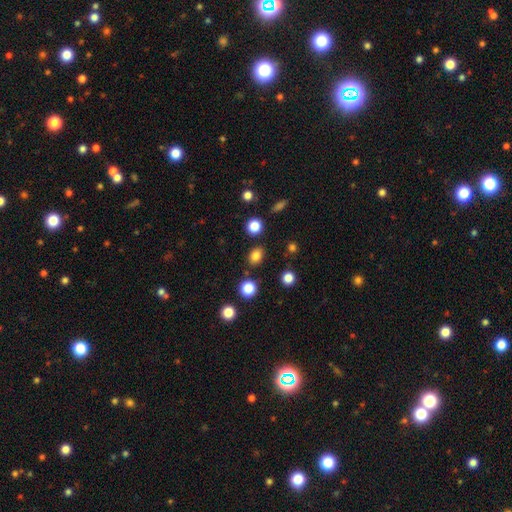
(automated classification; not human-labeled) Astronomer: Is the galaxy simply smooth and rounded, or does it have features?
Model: smooth — 82%.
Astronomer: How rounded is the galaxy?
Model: in between — 52% (runner-up: round, 47%).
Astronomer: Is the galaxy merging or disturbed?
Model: none — 84%.